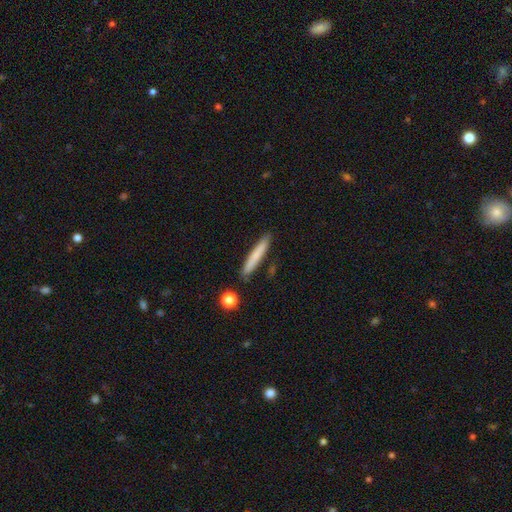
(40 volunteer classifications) smooth_or_featured: smooth (p=0.72) [alt: featured or disk p=0.25]
how_rounded: cigar-shaped (p=0.93) [alt: in between p=0.07]
merging: none (p=0.90) [alt: minor disturbance p=0.08]